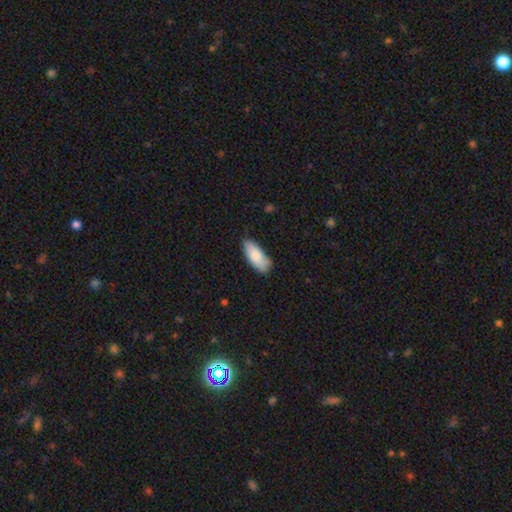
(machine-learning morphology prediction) Q: Smooth or featured?
A: smooth (85%); runner-up: featured or disk (9%)
Q: How rounded?
A: in between (83%); runner-up: cigar-shaped (15%)
Q: Merging?
A: none (79%); runner-up: minor disturbance (17%)